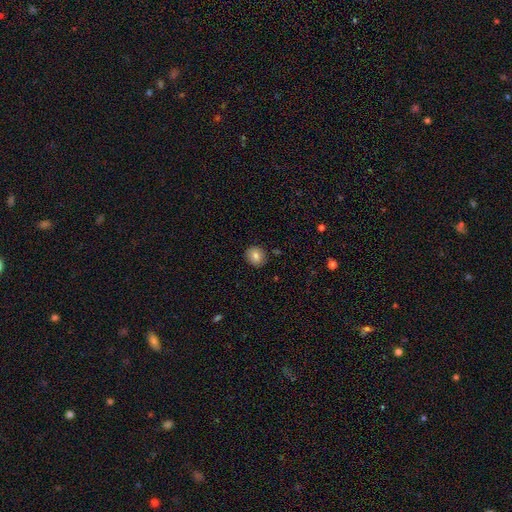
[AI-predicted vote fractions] Q: Smooth or featured?
A: smooth (83%); runner-up: star or artifact (9%)
Q: How rounded?
A: round (77%); runner-up: in between (22%)
Q: Merging?
A: none (88%); runner-up: minor disturbance (9%)